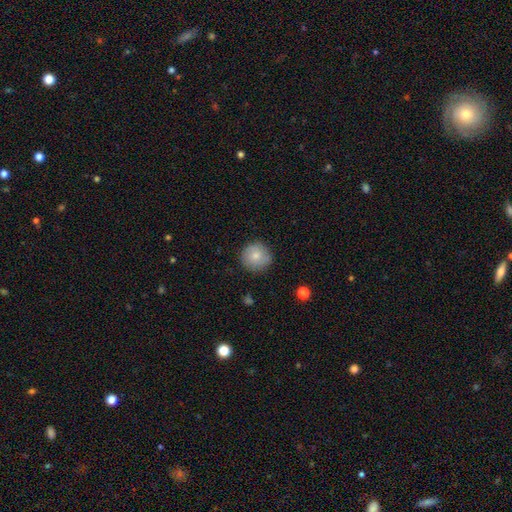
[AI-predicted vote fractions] Q: Smooth or featured?
A: smooth (77%); runner-up: featured or disk (16%)
Q: How rounded?
A: round (94%); runner-up: in between (5%)
Q: Merging?
A: none (85%); runner-up: minor disturbance (11%)